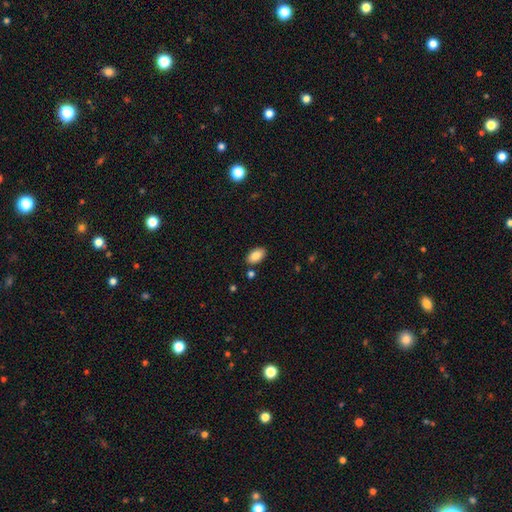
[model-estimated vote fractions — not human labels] Smooth or featured? Predicted: smooth (p=0.84). How rounded? Predicted: in between (p=0.93). Merging? Predicted: none (p=0.85).